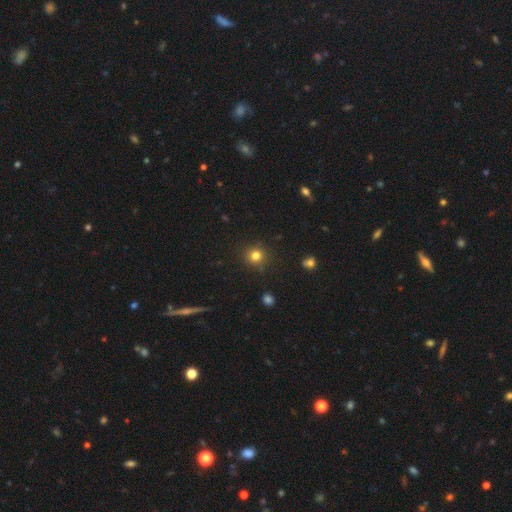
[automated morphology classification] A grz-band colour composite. It shows a smooth galaxy with no disk features (80%) that is round (92%). Merging: none (88%).